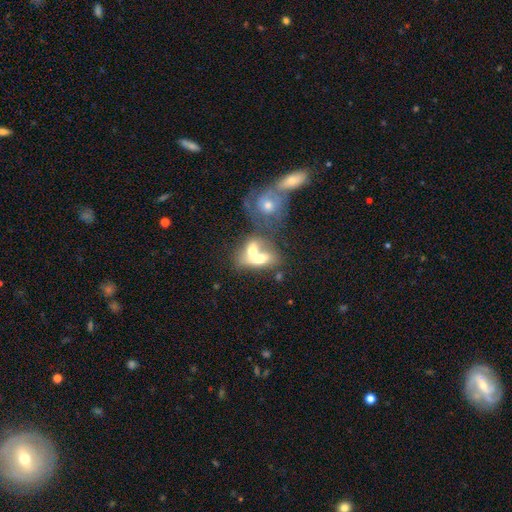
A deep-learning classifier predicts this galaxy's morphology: A smooth galaxy with no disk features (59%) that is in between round and cigar-shaped (75%).

Vote fractions:
- Smooth or featured? smooth: 59% / featured or disk: 31% / star or artifact: 10%
- How rounded? in between: 75% / round: 20% / cigar-shaped: 5%
- Merging? merger: 73% / none: 14% / minor disturbance: 7% / major disturbance: 6%